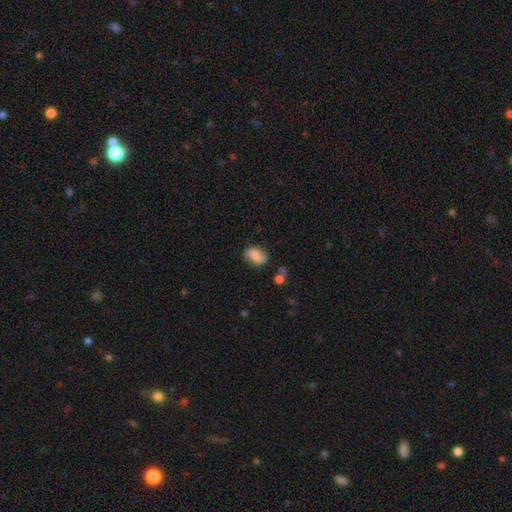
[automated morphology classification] Q: Smooth or featured?
A: smooth (51%); runner-up: featured or disk (40%)
Q: How rounded?
A: in between (78%); runner-up: round (20%)
Q: Merging?
A: none (71%); runner-up: minor disturbance (19%)